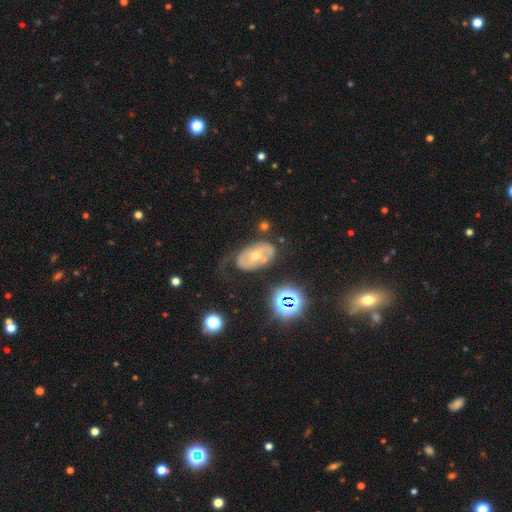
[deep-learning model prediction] smooth-or-featured: featured or disk: 62% | smooth: 24% | star or artifact: 14%
  disk-edge-on: no: 91% | yes: 9%
    bar: no: 75% | weak: 18% | strong: 7%
    has-spiral-arms: yes: 51% | no: 49%
    bulge-size: moderate: 51% | small: 45% | large: 2% | none: 1% | dominant: 1%
  merging: none: 44% | minor disturbance: 27% | major disturbance: 24% | merger: 5%